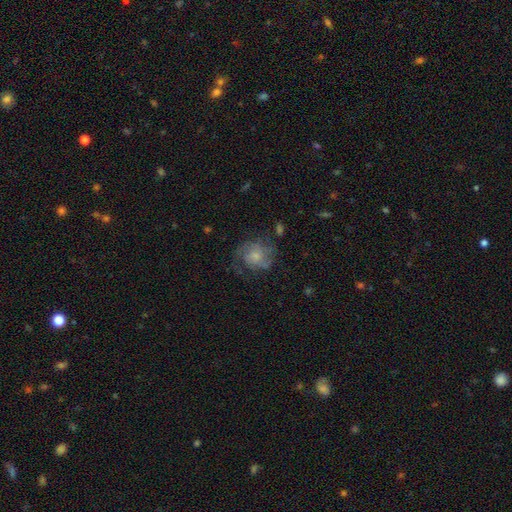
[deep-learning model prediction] Smooth or featured? Predicted: featured or disk (p=0.52). Edge-on disk? Predicted: no (p=0.97). Bar? Predicted: no (p=0.73). Spiral arms? Predicted: yes (p=0.76). Bulge size? Predicted: small (p=0.45). Merging? Predicted: none (p=0.50).